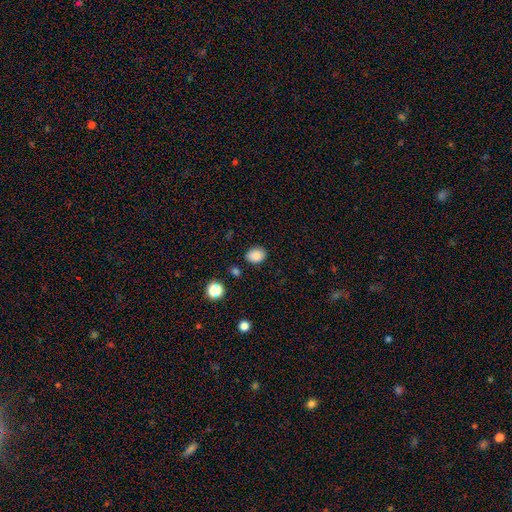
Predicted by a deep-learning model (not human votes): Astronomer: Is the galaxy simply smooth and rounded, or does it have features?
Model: smooth — 86%.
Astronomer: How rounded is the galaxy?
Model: in between — 57% (runner-up: round, 42%).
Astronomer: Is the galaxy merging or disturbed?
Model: none — 81%.